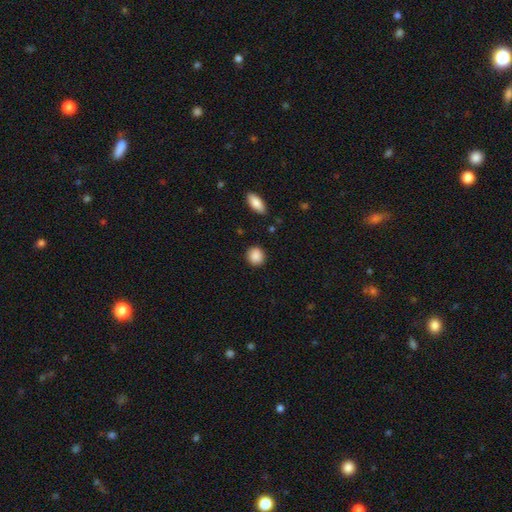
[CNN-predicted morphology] This is clearly a smooth galaxy (89%). How rounded: clearly round (82%). Merging: clearly none (88%).